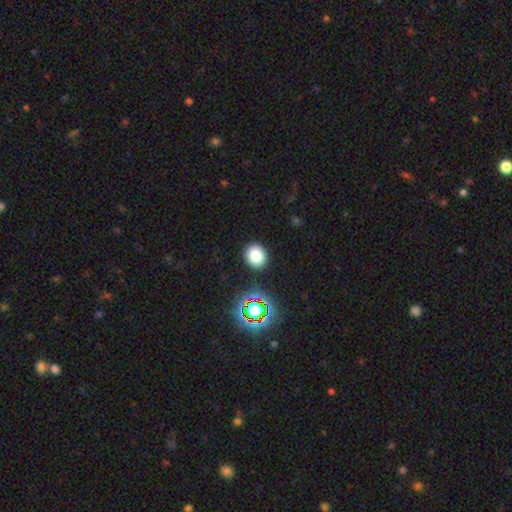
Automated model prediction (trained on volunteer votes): A smooth galaxy with no disk features (78%) that is round (69%). Merging: none (88%).